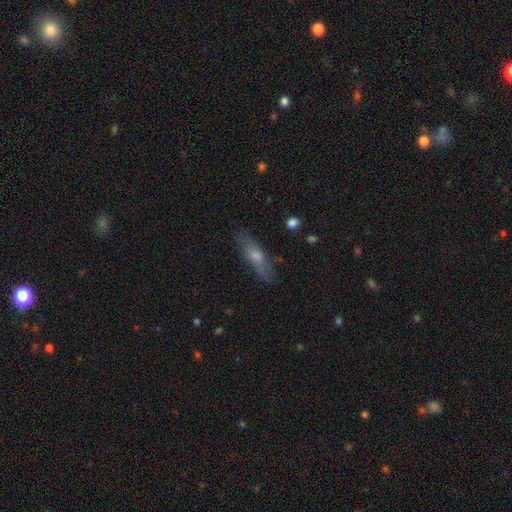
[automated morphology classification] type=smooth (49%); merging=none (80%).